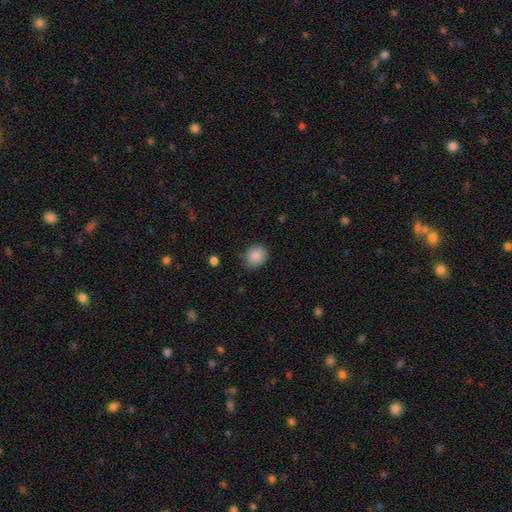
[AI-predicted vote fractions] smooth 88%, star or artifact 8%, featured or disk 4%. Down the decision tree: how rounded — round (63%); merging — none (82%).